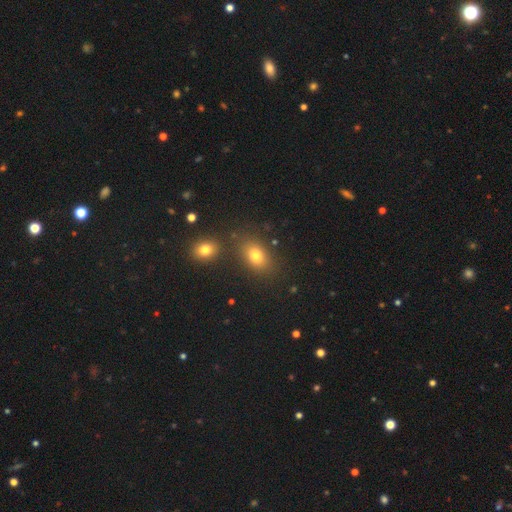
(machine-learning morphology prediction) Smooth or featured?
  - smooth: 76% *
  - star or artifact: 13%
  - featured or disk: 11%
How rounded?
  - in between: 76% *
  - round: 22%
  - cigar-shaped: 2%
Merging?
  - none: 78% *
  - minor disturbance: 10%
  - merger: 8%
  - major disturbance: 4%